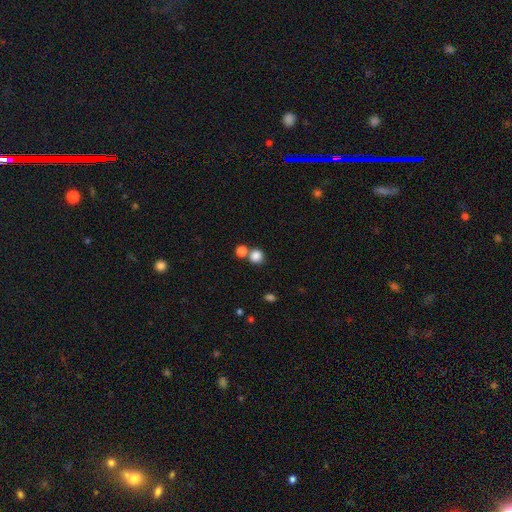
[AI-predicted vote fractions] Overall: smooth (84%). How rounded: round (86%). Merging: none (62%; merger 27%).